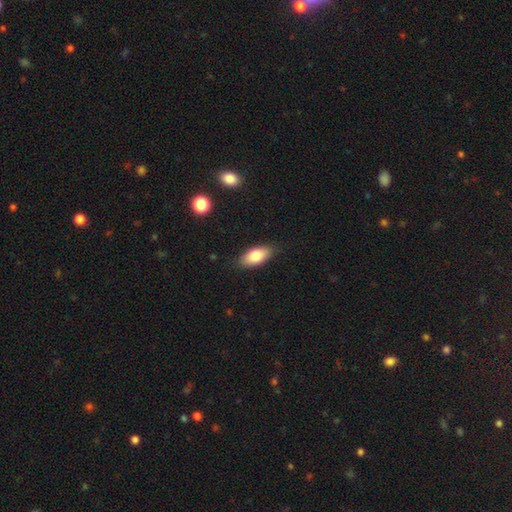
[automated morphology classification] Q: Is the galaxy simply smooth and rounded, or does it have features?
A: smooth — 79%.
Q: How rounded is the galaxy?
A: in between — 88%.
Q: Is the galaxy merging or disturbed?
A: none — 84%.